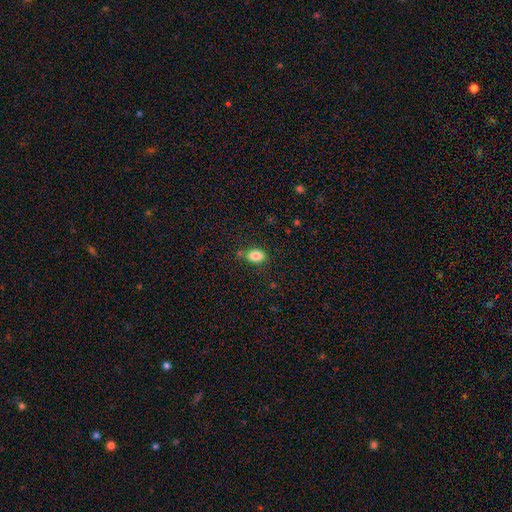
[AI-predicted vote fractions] This appears to be a smooth galaxy with no disk features (85%) that is in between round and cigar-shaped (82%). Merging: none (77%).